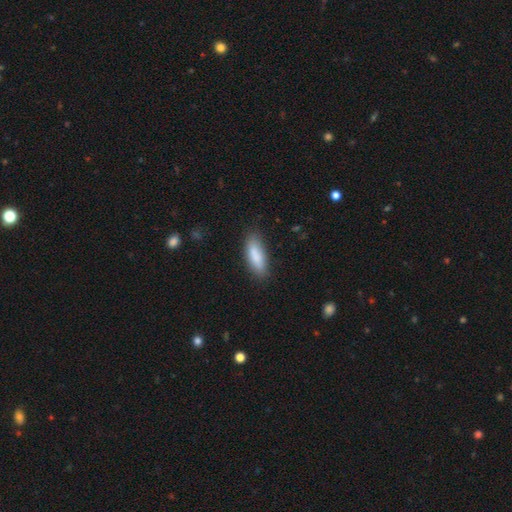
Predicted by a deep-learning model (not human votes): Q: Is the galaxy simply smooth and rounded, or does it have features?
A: smooth — 85%.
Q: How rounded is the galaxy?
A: in between — 61%.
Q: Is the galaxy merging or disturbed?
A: none — 81%.